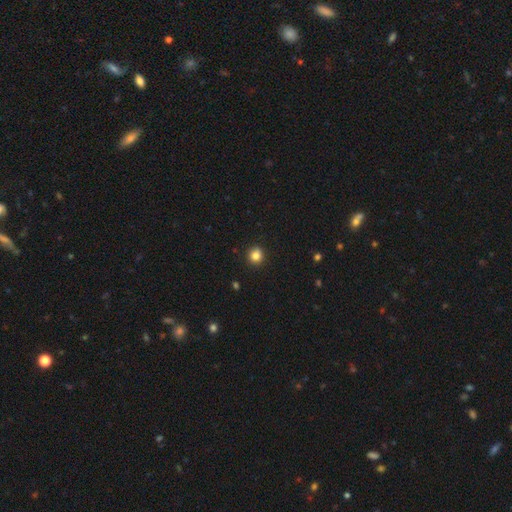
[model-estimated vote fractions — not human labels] Overall: smooth (84%). How rounded: round (92%). Merging: none (92%).